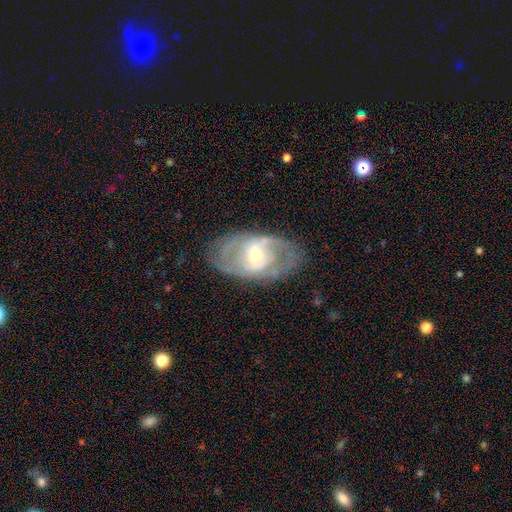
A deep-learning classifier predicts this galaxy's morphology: Q: Smooth or featured?
A: featured or disk (77%); runner-up: smooth (17%)
Q: Edge-on disk?
A: no (94%); runner-up: yes (6%)
Q: Bar?
A: weak (42%); runner-up: no (38%)
Q: Spiral arms?
A: yes (78%); runner-up: no (22%)
Q: Spiral winding?
A: medium (42%); runner-up: tight (41%)
Q: Spiral arm count?
A: 2 (56%); runner-up: can't tell (28%)
Q: Bulge size?
A: small (53%); runner-up: moderate (42%)
Q: Merging?
A: none (74%); runner-up: minor disturbance (16%)